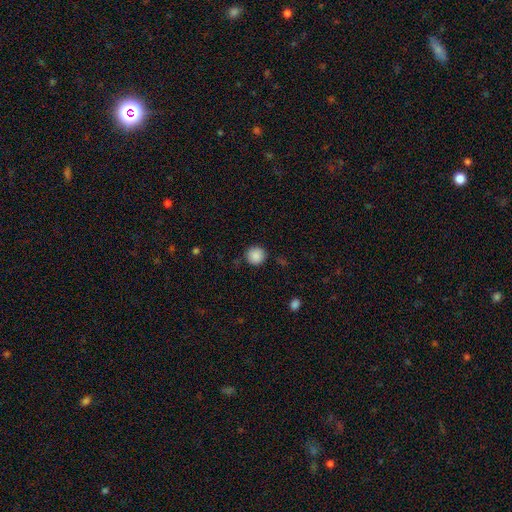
Volunteers were most divided on "smooth or featured": smooth: 82%, star or artifact: 11%, featured or disk: 8%. More confident: how rounded — round (97%); merging — none (85%).